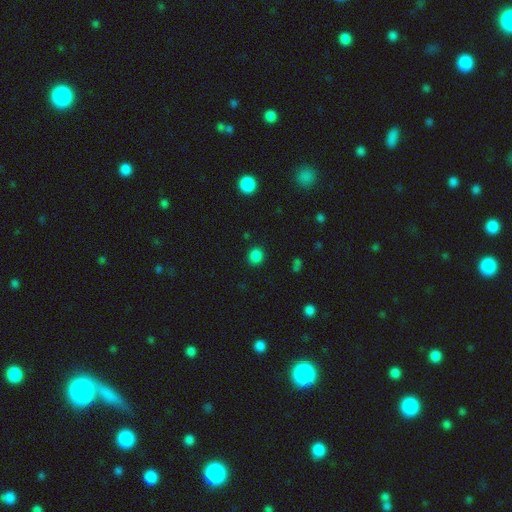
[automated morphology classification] Overall: smooth (85%). How rounded: round (83%). Merging: none (90%).